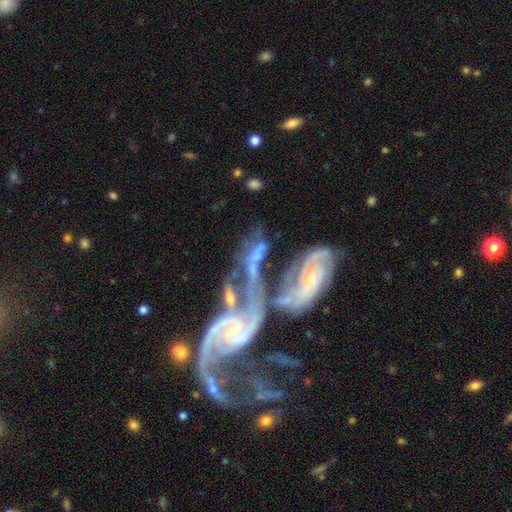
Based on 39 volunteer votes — This appears to be a featured or disk galaxy (95%) with a weak bar (46%, tied with no), 2 (81%) loose (55%) spiral arms (89%) and a small central bulge (66%). Merging: merger (74%).